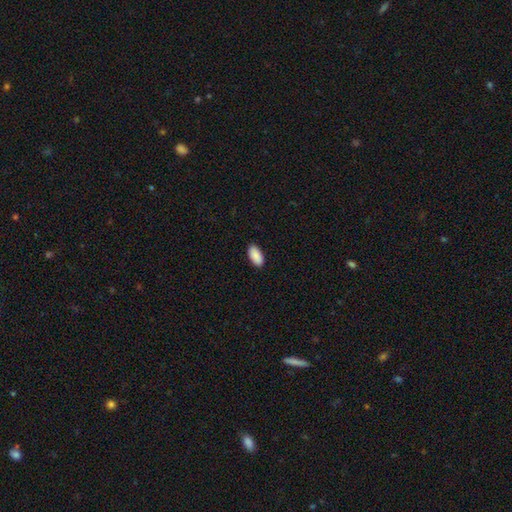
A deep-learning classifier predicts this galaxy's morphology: type=smooth (91%); roundness=in between (94%); merging=none (89%).